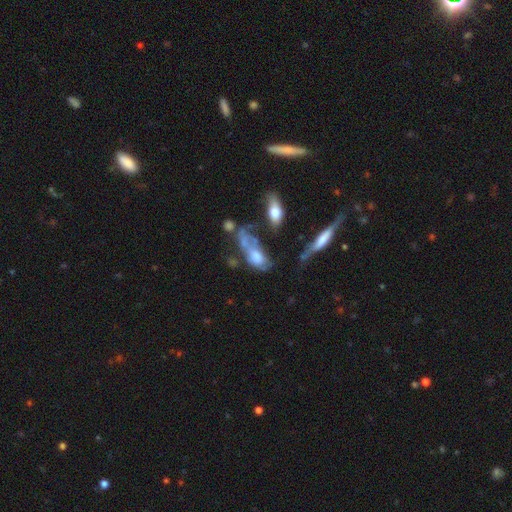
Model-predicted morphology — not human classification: This appears to be a featured or disk galaxy (47%). Merging: major disturbance (30%, tied with merger).